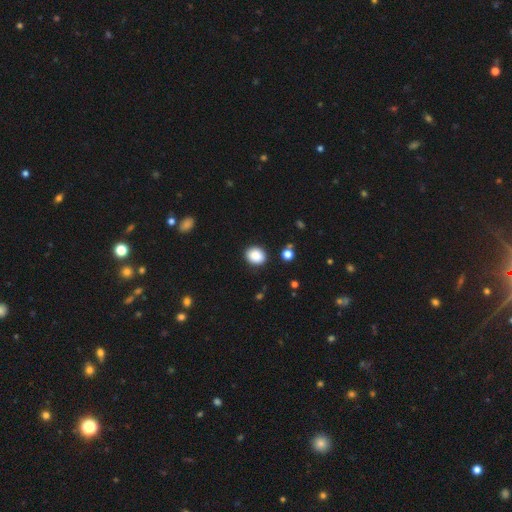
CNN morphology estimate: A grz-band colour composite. It shows a smooth galaxy with no disk features (88%) that is round (55%). Merging: none (88%).